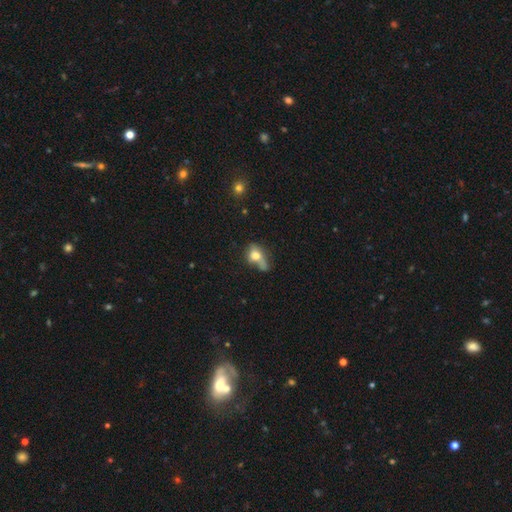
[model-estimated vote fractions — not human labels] smooth 68%, featured or disk 21%, star or artifact 11%. Down the decision tree: how rounded — in between (65%); merging — none (33%).